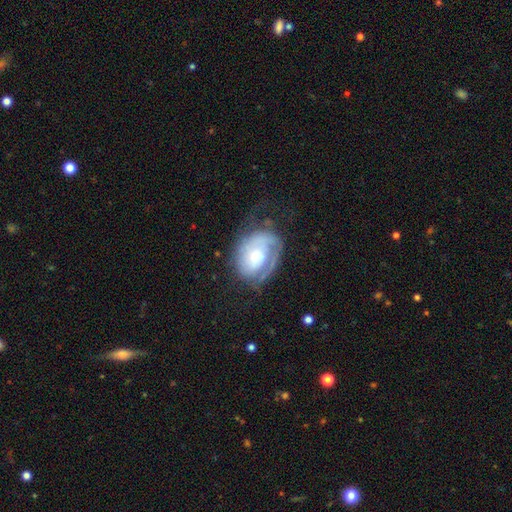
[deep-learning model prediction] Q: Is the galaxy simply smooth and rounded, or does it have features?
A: featured or disk — 66%.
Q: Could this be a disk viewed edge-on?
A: no — 96%.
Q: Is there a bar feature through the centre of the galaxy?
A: no — 74%.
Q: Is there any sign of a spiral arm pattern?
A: yes — 80%.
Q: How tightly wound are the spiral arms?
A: tight — 55%.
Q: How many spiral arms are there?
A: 1 — 38%.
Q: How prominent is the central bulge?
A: moderate — 46%.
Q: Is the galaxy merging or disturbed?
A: none — 45%.